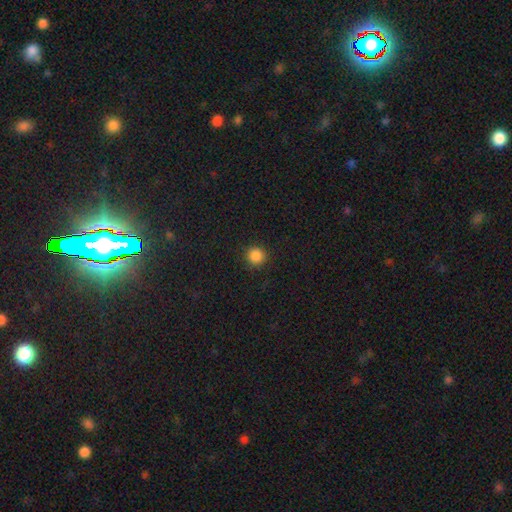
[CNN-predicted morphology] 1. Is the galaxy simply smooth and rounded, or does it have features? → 86% smooth, 11% star or artifact, 3% featured or disk.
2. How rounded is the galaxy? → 95% round, 4% in between, 1% cigar-shaped.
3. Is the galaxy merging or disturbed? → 91% none, 6% minor disturbance, 2% major disturbance, 1% merger.